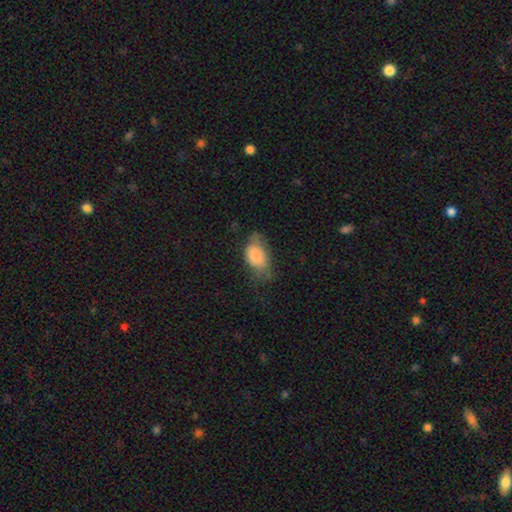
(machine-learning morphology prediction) Smooth or featured: smooth — 80% (featured or disk — 12%)
How rounded: in between — 90% (round — 8%)
Merging: none — 38% (minor disturbance — 36%)